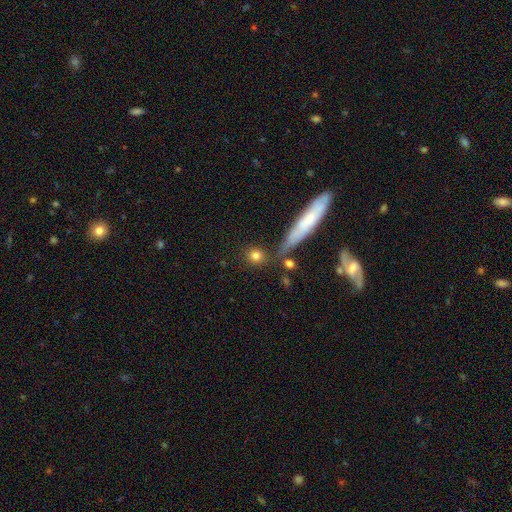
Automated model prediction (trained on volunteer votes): Smooth or featured? smooth (80%)
How rounded? round (77%)
Merging? none (78%)